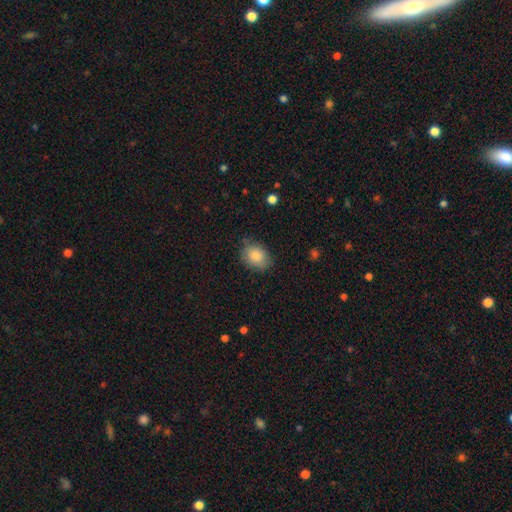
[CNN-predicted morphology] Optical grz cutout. It shows a smooth galaxy with no disk features (85%) that is in between round and cigar-shaped (59%). Merging: none (75%).